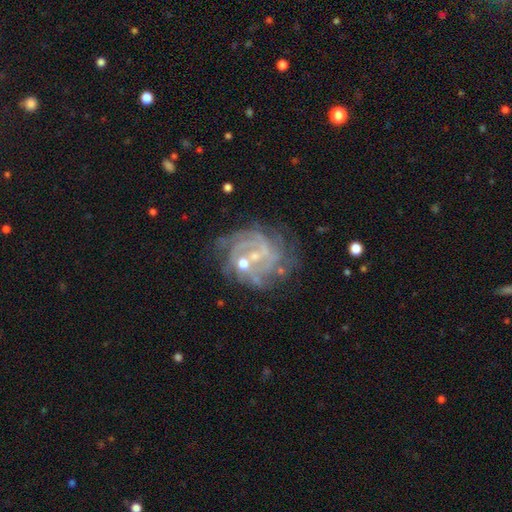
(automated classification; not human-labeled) featured or disk 83%, star or artifact 10%, smooth 7%. Down the decision tree: edge-on disk — no (98%); bar — no (46%); spiral arms — yes (92%); spiral arm count — can't tell (33%); spiral winding — tight (60%); bulge size — small (63%); merging — none (60%).